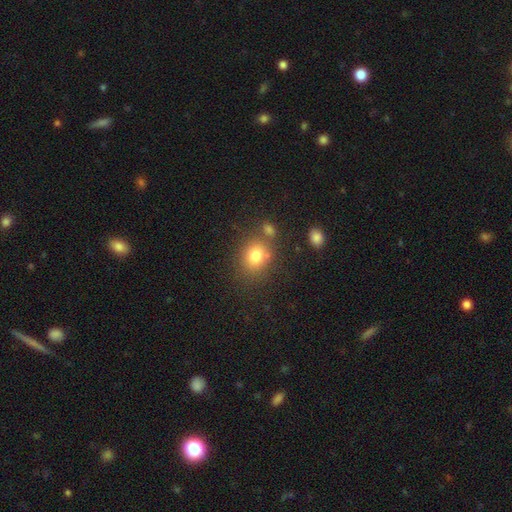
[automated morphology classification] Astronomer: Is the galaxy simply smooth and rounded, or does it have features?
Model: smooth — 79%.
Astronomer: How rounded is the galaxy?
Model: round — 60% (runner-up: in between, 39%).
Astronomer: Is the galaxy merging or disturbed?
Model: none — 68%.